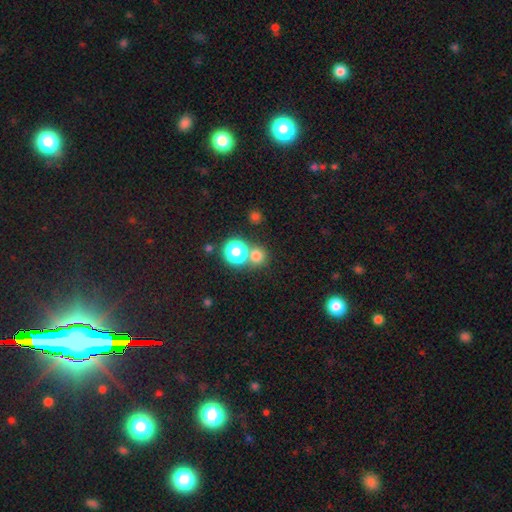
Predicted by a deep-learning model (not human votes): smooth_or_featured: smooth (p=0.73) [alt: star or artifact p=0.20]
how_rounded: round (p=0.87) [alt: in between p=0.12]
merging: none (p=0.57) [alt: merger p=0.33]